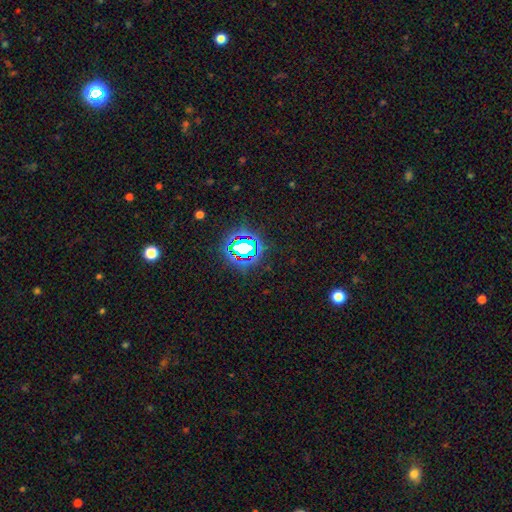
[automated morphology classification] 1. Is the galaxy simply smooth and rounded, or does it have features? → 79% star or artifact, 14% smooth, 7% featured or disk.